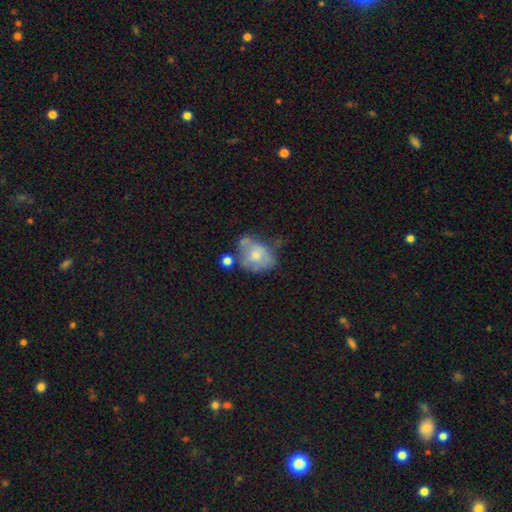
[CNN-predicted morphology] This appears to be a smooth galaxy with no disk features (51%) that is in between round and cigar-shaped (63%). Merging: none (31%).